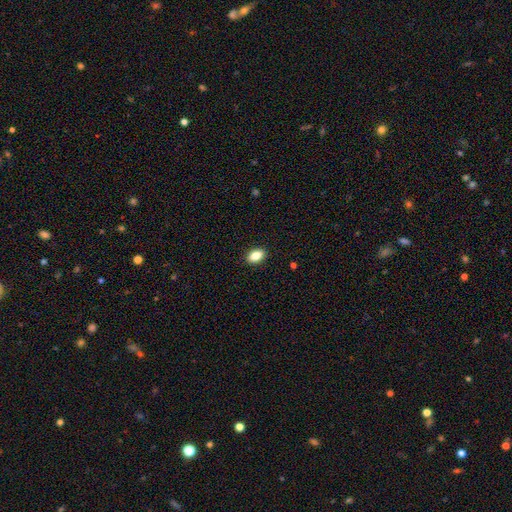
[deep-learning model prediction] A smooth galaxy with no disk features (84%) that is in between round and cigar-shaped (86%). Merging: none (90%).